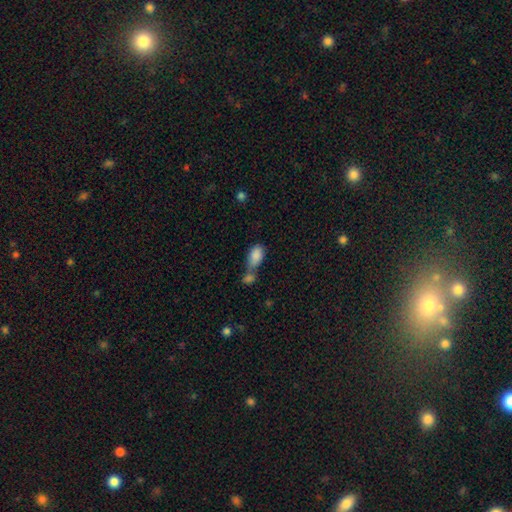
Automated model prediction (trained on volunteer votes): A smooth galaxy with no disk features (85%) that is in between round and cigar-shaped (91%).

Vote fractions:
- Smooth or featured? smooth: 85% / star or artifact: 8% / featured or disk: 7%
- How rounded? in between: 91% / round: 6% / cigar-shaped: 3%
- Merging? merger: 59% / none: 24% / minor disturbance: 10% / major disturbance: 6%